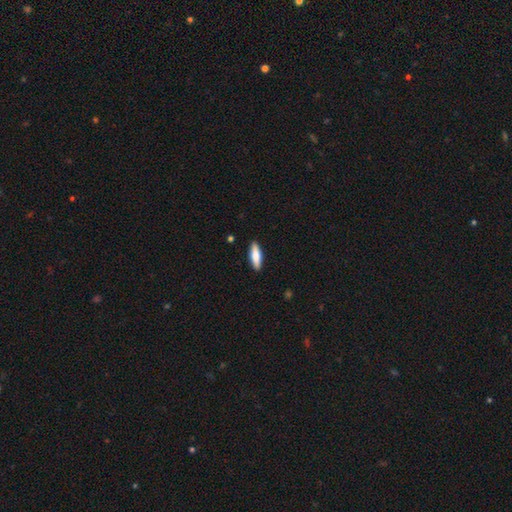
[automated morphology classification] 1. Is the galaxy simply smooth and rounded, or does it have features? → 69% smooth, 26% featured or disk, 5% star or artifact.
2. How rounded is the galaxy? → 59% cigar-shaped, 39% in between, 2% round.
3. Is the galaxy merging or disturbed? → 90% none, 7% minor disturbance, 2% major disturbance, 1% merger.